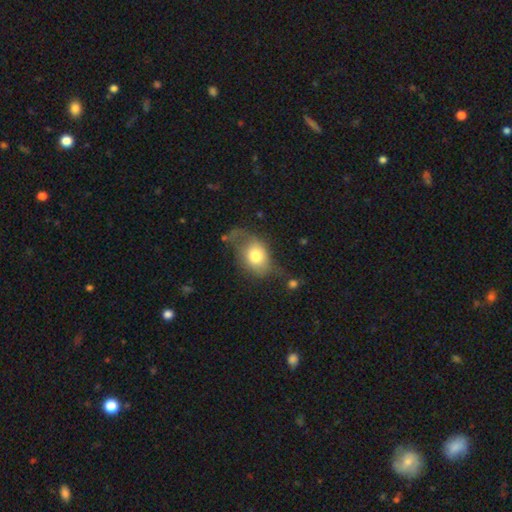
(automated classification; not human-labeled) A smooth galaxy with no disk features (72%) that is in between round and cigar-shaped (70%).

Vote fractions:
- Smooth or featured? smooth: 72% / featured or disk: 20% / star or artifact: 8%
- How rounded? in between: 70% / round: 29% / cigar-shaped: 1%
- Merging? none: 35% / minor disturbance: 30% / major disturbance: 29% / merger: 6%